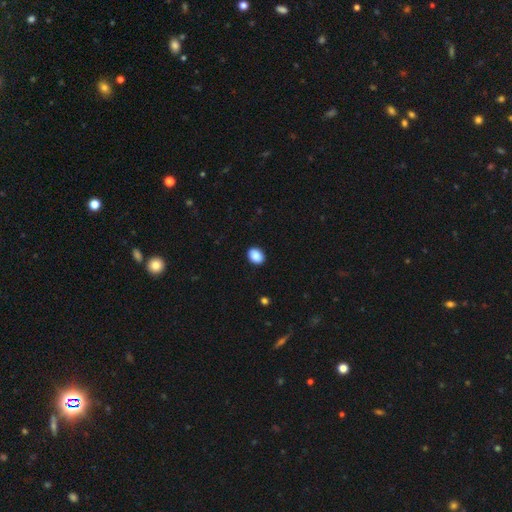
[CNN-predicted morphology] smooth-or-featured: smooth: 90% | star or artifact: 7% | featured or disk: 3%
  how-rounded: in between: 62% | round: 37% | cigar-shaped: 1%
  merging: none: 90% | minor disturbance: 7% | major disturbance: 2% | merger: 1%